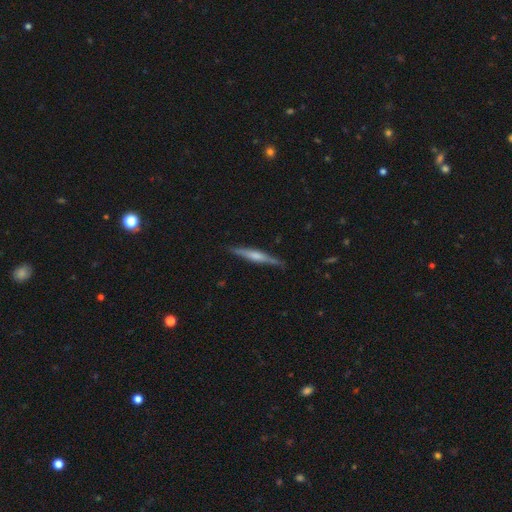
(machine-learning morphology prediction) Smooth or featured: featured or disk — 61% (smooth — 34%)
Edge-on disk: yes — 97% (no — 3%)
Edge-on bulge: rounded — 59% (boxy — 23%)
Merging: none — 87% (minor disturbance — 10%)